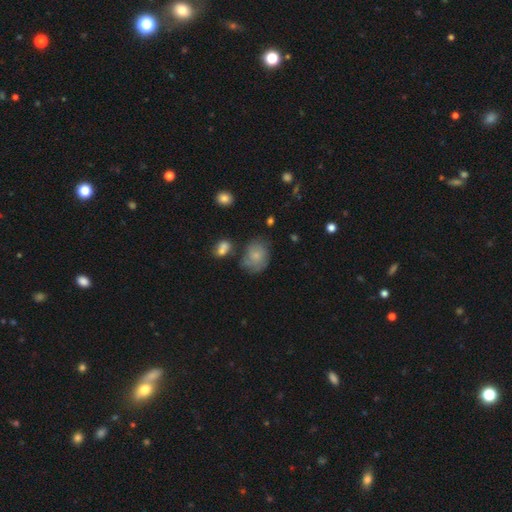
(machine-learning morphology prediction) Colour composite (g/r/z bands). It shows a smooth galaxy with no disk features (64%) that is in between round and cigar-shaped (53%). Merging: none (53%).